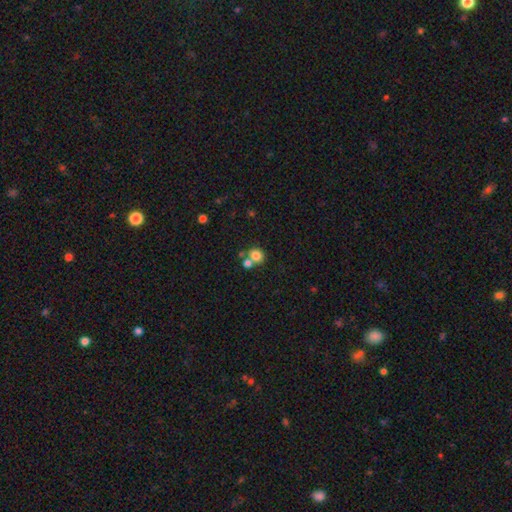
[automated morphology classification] type=smooth (80%); roundness=round (80%); merging=none (53%).